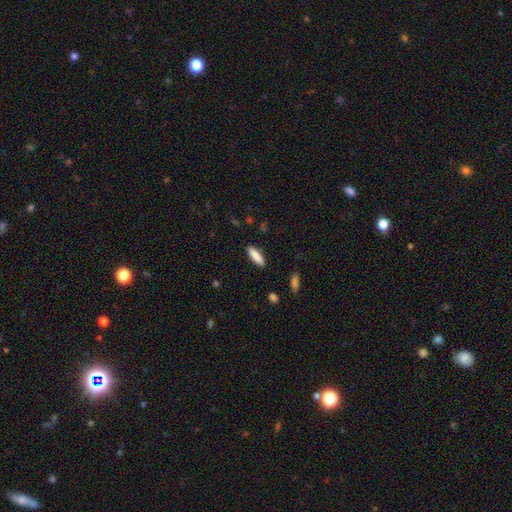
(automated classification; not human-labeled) This appears to be a smooth galaxy with no disk features (87%) that is cigar-shaped (60%). Merging: none (89%).